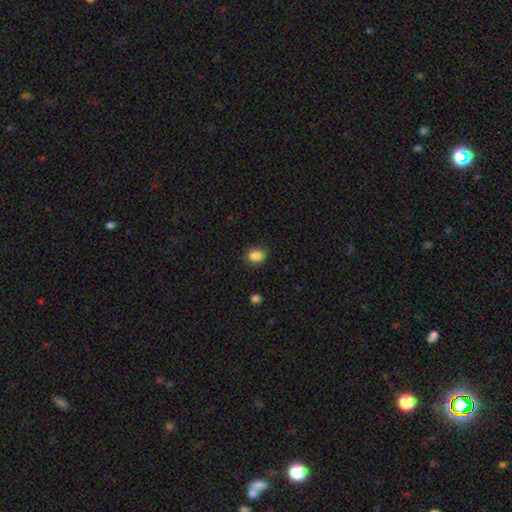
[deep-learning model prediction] A smooth galaxy with no disk features (87%) that is in between round and cigar-shaped (52%). Merging: none (82%).